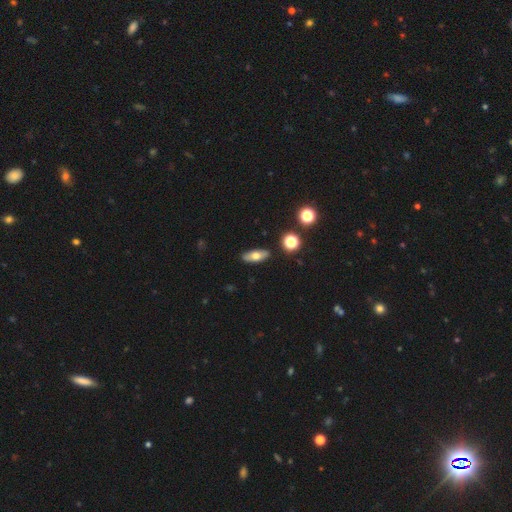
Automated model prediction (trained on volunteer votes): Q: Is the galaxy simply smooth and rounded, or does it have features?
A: smooth — 65%.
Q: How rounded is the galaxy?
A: in between — 74%.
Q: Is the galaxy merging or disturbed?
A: none — 88%.